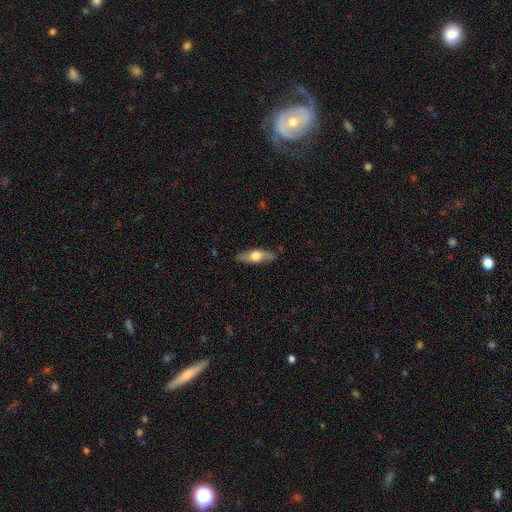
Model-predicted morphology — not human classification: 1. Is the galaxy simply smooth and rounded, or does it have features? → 53% smooth, 41% featured or disk, 5% star or artifact.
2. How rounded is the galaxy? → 58% in between, 39% cigar-shaped, 3% round.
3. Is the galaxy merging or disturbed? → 83% none, 13% minor disturbance, 2% major disturbance, 1% merger.